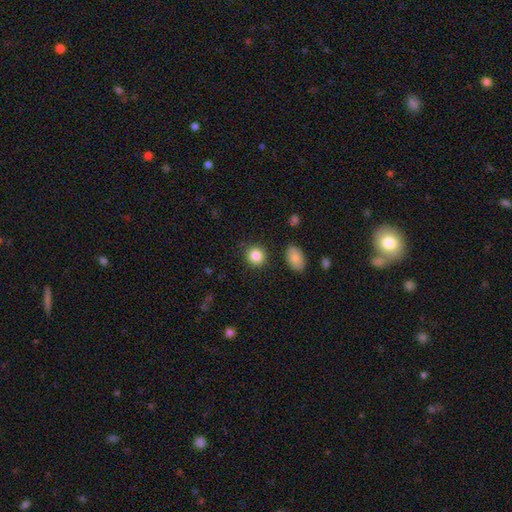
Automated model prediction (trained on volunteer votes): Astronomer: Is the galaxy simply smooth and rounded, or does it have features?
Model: smooth — 86%.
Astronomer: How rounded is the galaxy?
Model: round — 86%.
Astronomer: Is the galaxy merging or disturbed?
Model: none — 88%.